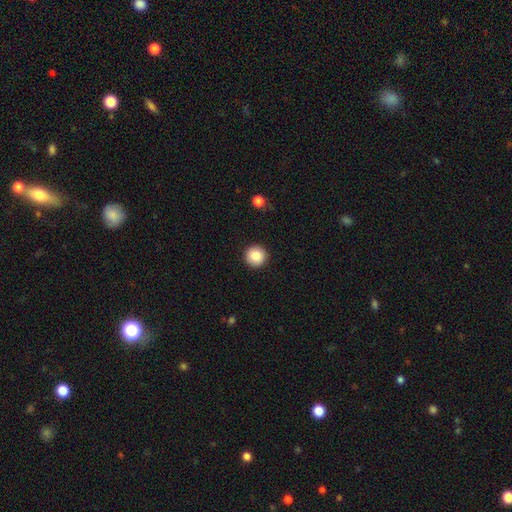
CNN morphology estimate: type=smooth (87%); roundness=round (96%); merging=none (92%).